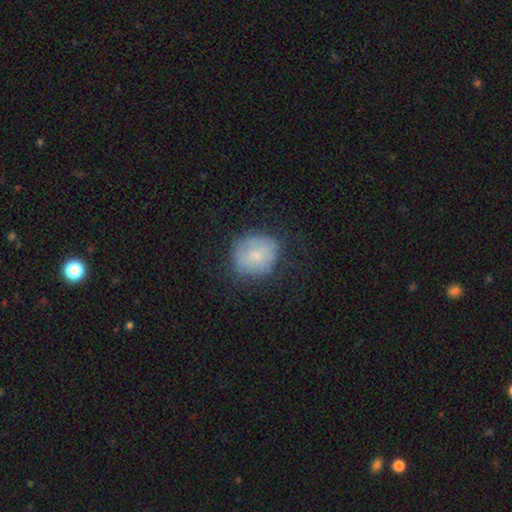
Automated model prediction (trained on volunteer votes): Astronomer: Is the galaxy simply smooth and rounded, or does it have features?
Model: smooth — 72%.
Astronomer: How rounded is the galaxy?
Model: round — 75%.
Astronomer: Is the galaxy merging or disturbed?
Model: none — 61%.